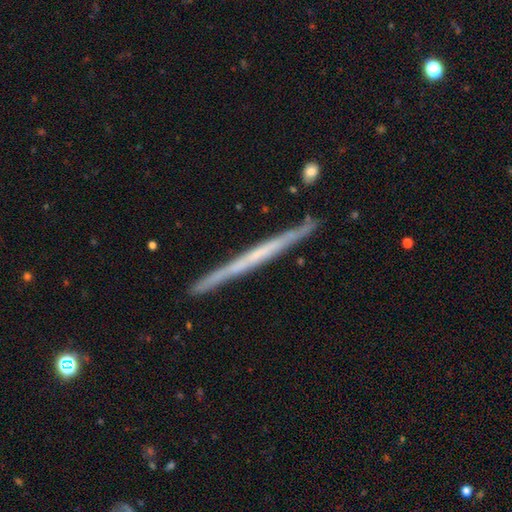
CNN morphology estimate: This is likely a featured or disk galaxy (63%). It is clearly viewed edge-on (97%). Edge-on bulge: clearly none (87%). Merging: clearly none (89%).